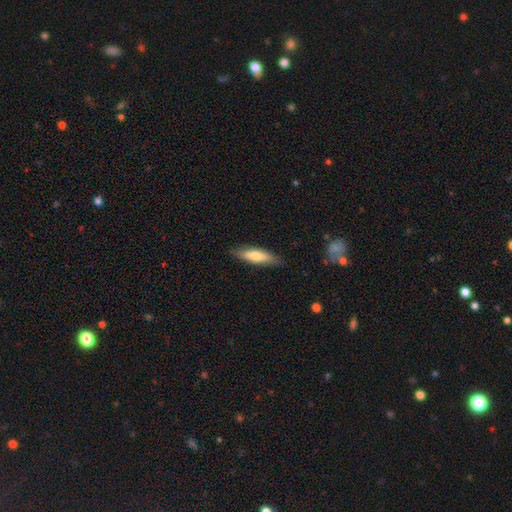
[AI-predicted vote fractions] Overall: smooth (63%; featured or disk 31%). How rounded: cigar-shaped (63%; in between 35%). Merging: none (85%).